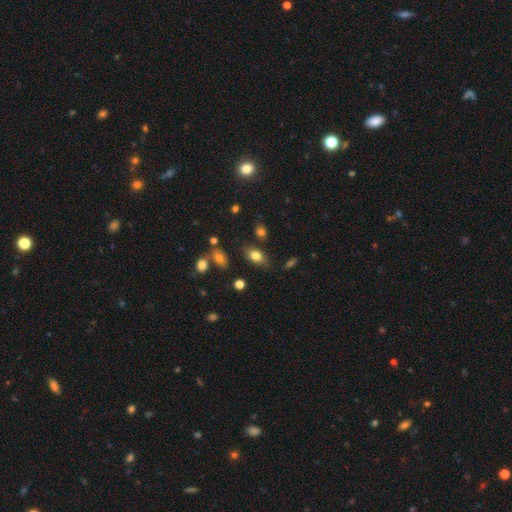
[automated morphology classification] Smooth or featured? Predicted: smooth (p=0.76). How rounded? Predicted: in between (p=0.84). Merging? Predicted: none (p=0.74).